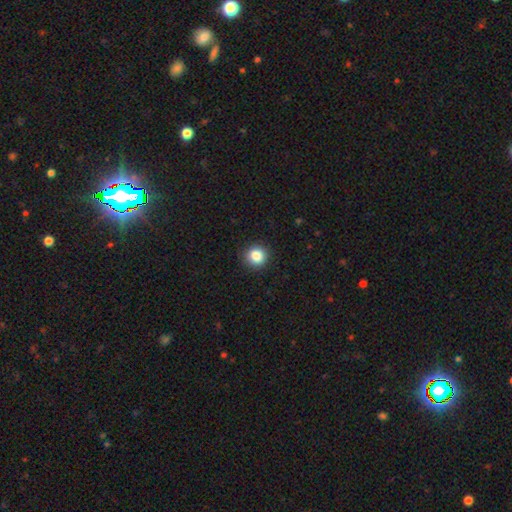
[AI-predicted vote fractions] smooth 86%, star or artifact 10%, featured or disk 4%. Down the decision tree: how rounded — round (92%); merging — none (90%).